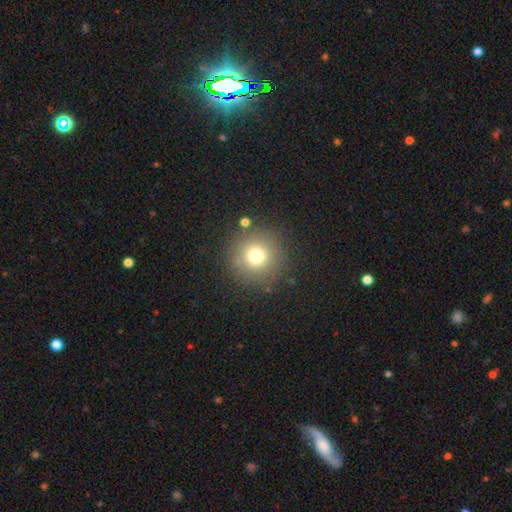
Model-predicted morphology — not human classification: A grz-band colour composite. It shows a smooth galaxy with no disk features (72%) that is round (96%). Merging: none (86%).